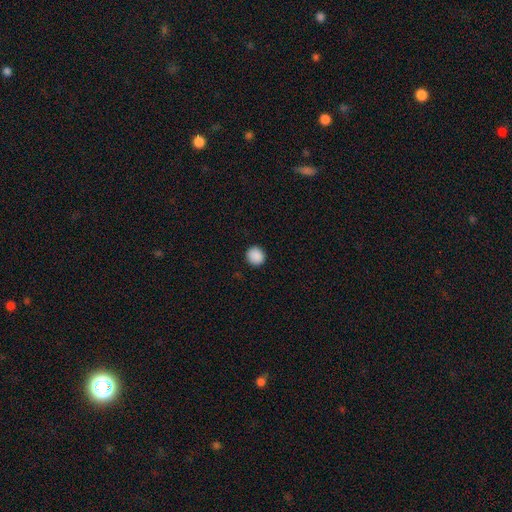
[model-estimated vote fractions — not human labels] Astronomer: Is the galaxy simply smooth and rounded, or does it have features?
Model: smooth — 90%.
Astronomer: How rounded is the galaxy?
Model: round — 87%.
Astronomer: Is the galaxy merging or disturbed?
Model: none — 91%.